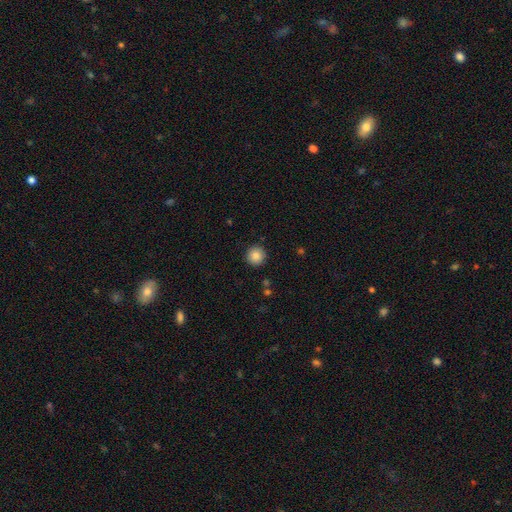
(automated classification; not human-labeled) Smooth or featured? Predicted: smooth (p=0.85). How rounded? Predicted: round (p=0.95). Merging? Predicted: none (p=0.92).